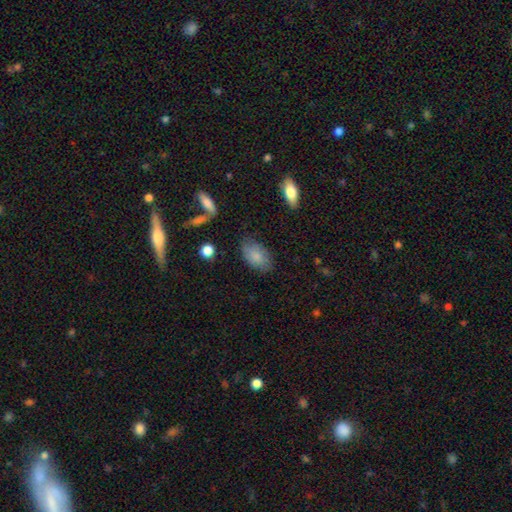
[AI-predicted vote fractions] Smooth or featured: smooth — 82% (featured or disk — 11%)
How rounded: in between — 92% (round — 6%)
Merging: none — 77% (minor disturbance — 17%)